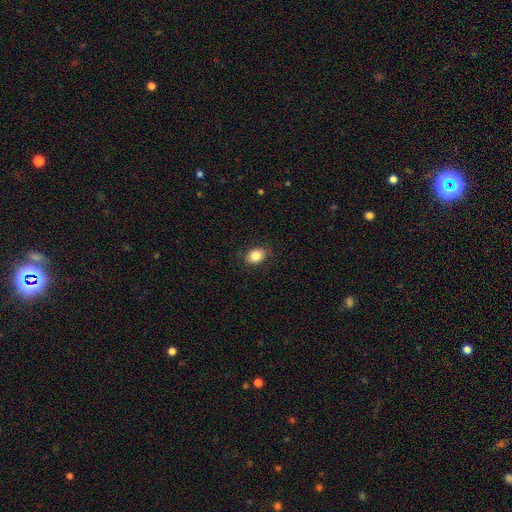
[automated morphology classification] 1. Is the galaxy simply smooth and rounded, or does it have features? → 84% smooth, 9% star or artifact, 7% featured or disk.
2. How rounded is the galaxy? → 63% in between, 36% round, 1% cigar-shaped.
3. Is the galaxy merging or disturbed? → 86% none, 10% minor disturbance, 3% major disturbance, 1% merger.